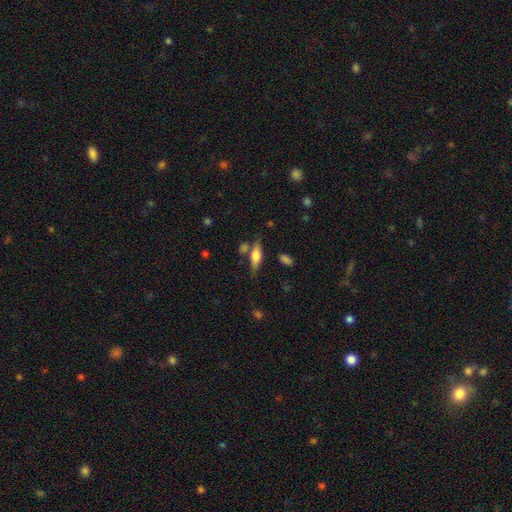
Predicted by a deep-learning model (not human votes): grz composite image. It shows a smooth galaxy with no disk features (56%) that is in between round and cigar-shaped (55%). Merging: none (68%).